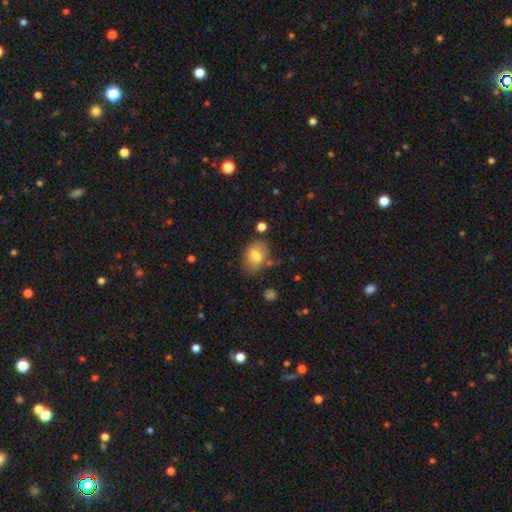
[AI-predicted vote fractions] This appears to be a smooth galaxy with no disk features (77%) that is in between round and cigar-shaped (74%). Merging: none (69%).